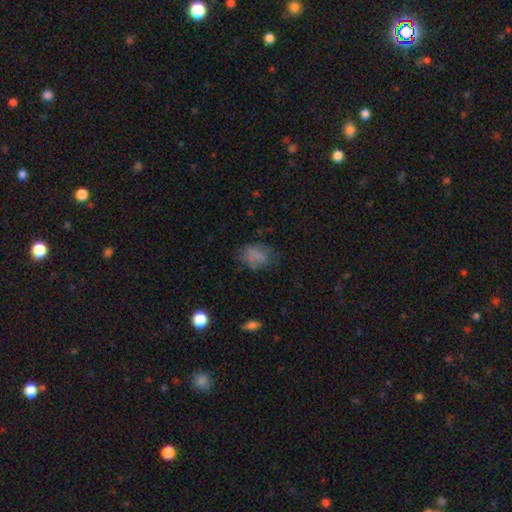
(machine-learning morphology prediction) smooth 70%, featured or disk 17%, star or artifact 13%. Down the decision tree: how rounded — in between (67%); merging — none (56%).